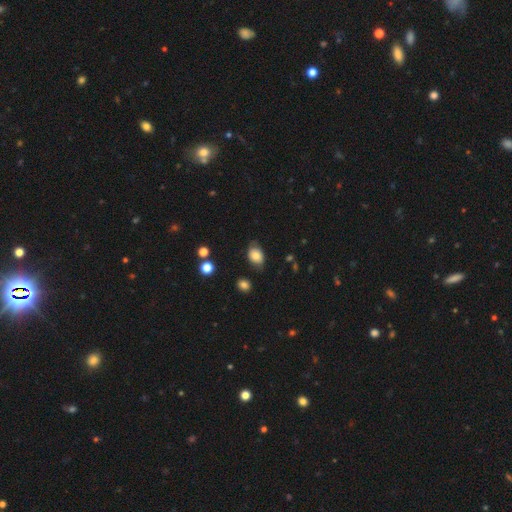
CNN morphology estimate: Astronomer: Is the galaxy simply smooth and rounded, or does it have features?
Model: smooth — 77%.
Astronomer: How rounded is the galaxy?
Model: in between — 82%.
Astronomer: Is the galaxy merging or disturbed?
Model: none — 69%.